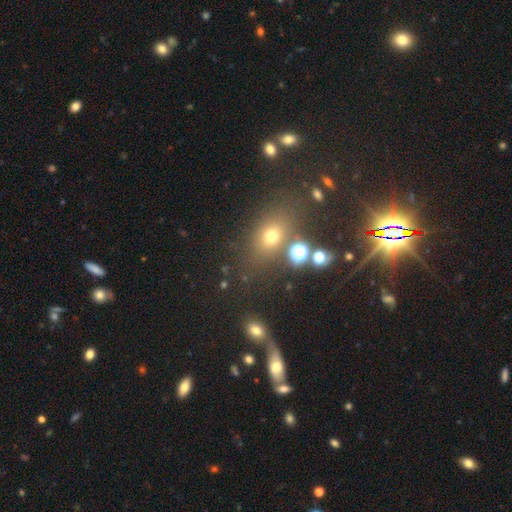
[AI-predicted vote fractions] smooth_or_featured: smooth (p=0.44) [alt: star or artifact p=0.43]
merging: none (p=0.74) [alt: minor disturbance p=0.10]